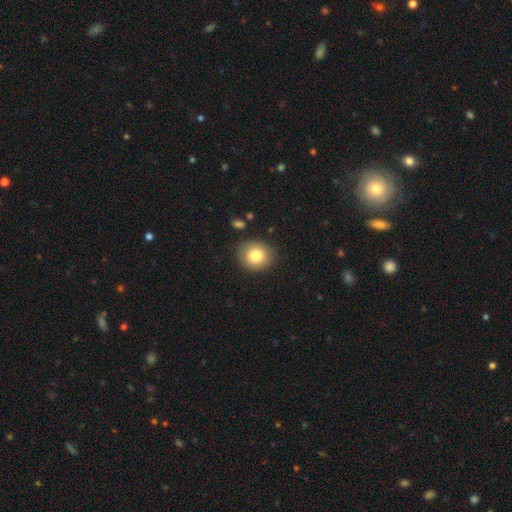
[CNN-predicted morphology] Smooth or featured?
  - smooth: 82% *
  - featured or disk: 9%
  - star or artifact: 9%
How rounded?
  - round: 76% *
  - in between: 23%
  - cigar-shaped: 1%
Merging?
  - none: 86% *
  - minor disturbance: 9%
  - major disturbance: 3%
  - merger: 2%